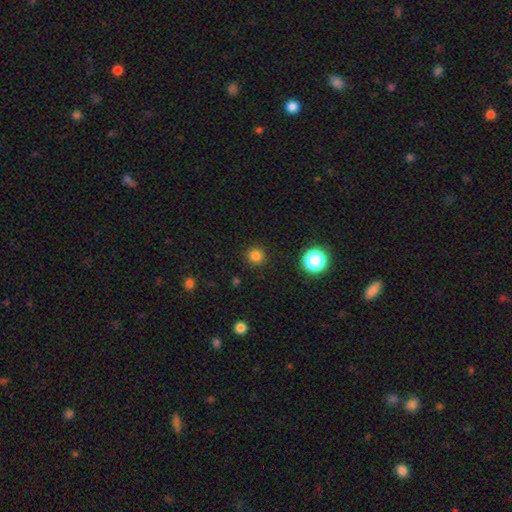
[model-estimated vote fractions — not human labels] Morphology: type=smooth (81%); roundness=round (94%); merging=none (91%).